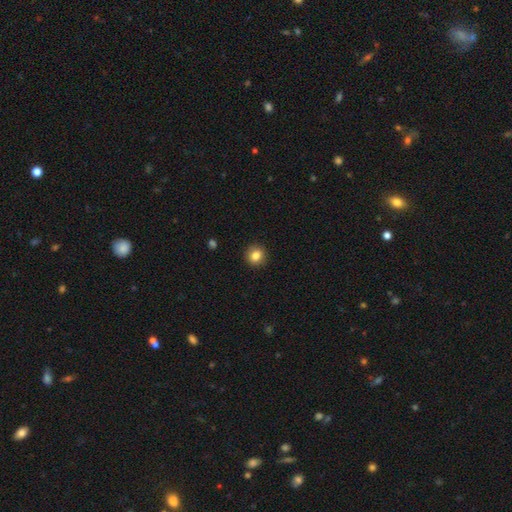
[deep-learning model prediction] A smooth galaxy with no disk features (84%) that is round (88%). Merging: none (92%).